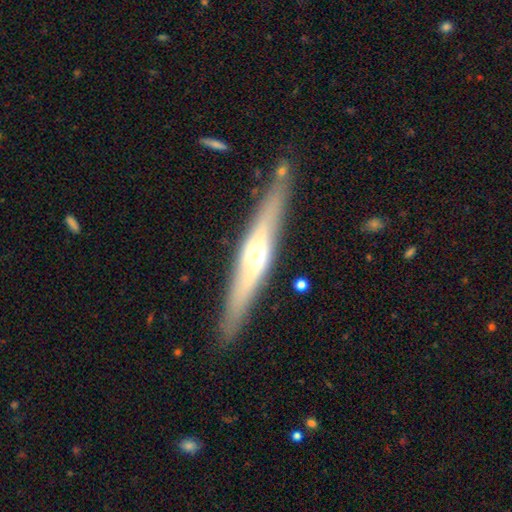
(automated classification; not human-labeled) smooth_or_featured: featured or disk (p=0.68) [alt: smooth p=0.27]
disk_edge_on: yes (p=0.91) [alt: no p=0.09]
edge_on_bulge: rounded (p=0.85) [alt: none p=0.09]
merging: none (p=0.87) [alt: minor disturbance p=0.09]